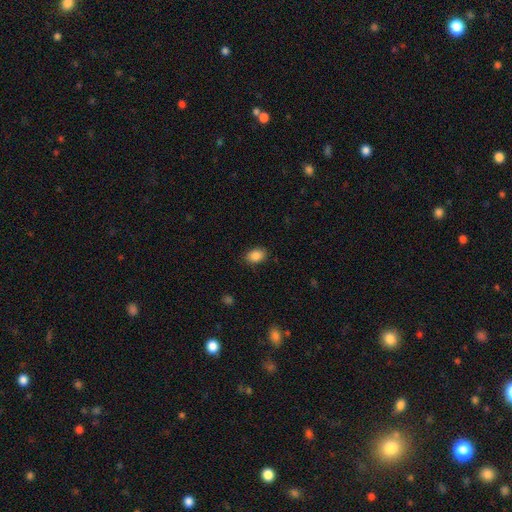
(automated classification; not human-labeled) Q: Smooth or featured?
A: smooth (87%); runner-up: star or artifact (8%)
Q: How rounded?
A: in between (79%); runner-up: round (20%)
Q: Merging?
A: none (87%); runner-up: minor disturbance (10%)